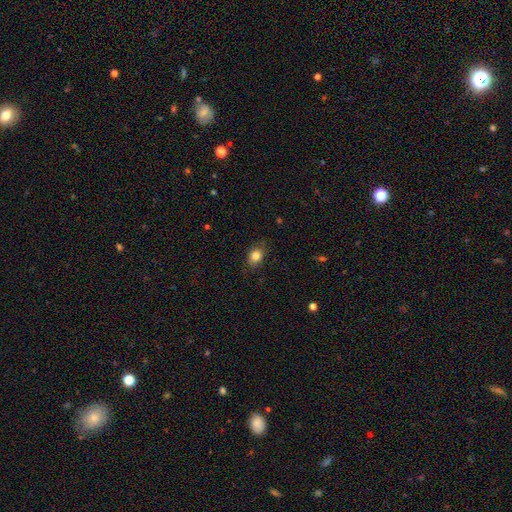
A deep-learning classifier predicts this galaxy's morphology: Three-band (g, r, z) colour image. It shows a smooth galaxy with no disk features (83%) that is in between round and cigar-shaped (62%). Merging: none (83%).